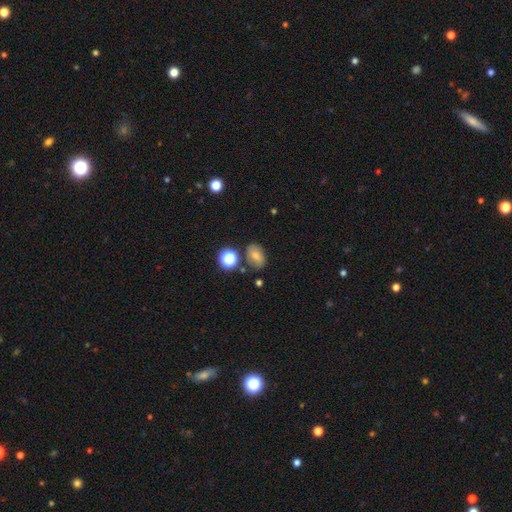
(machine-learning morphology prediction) Smooth or featured? Predicted: smooth (p=0.67). How rounded? Predicted: in between (p=0.74). Merging? Predicted: none (p=0.72).